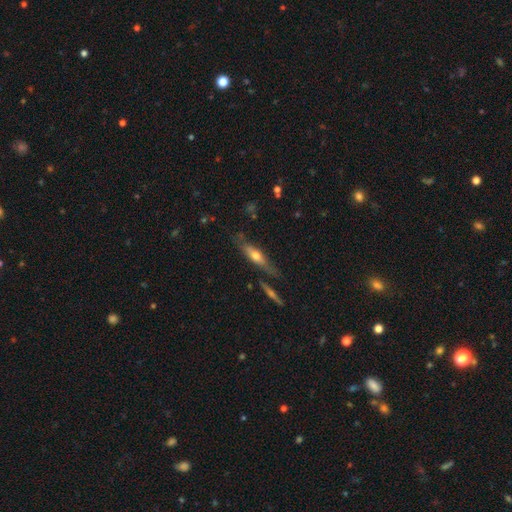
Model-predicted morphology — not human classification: Overall: featured or disk (50%; smooth 43%). Merging: none (65%).